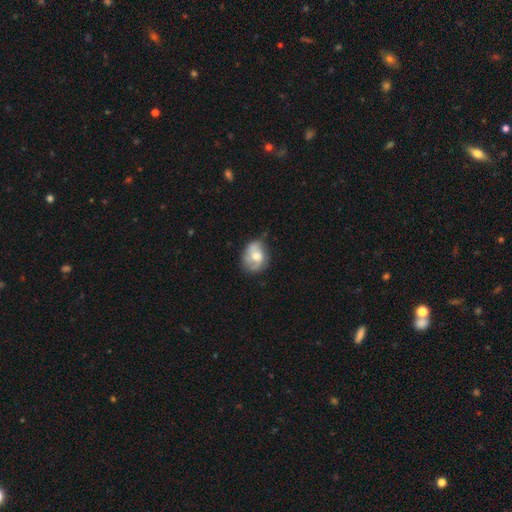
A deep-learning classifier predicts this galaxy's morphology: Smooth or featured: featured or disk — 50% (smooth — 42%)
Merging: none — 57% (minor disturbance — 29%)